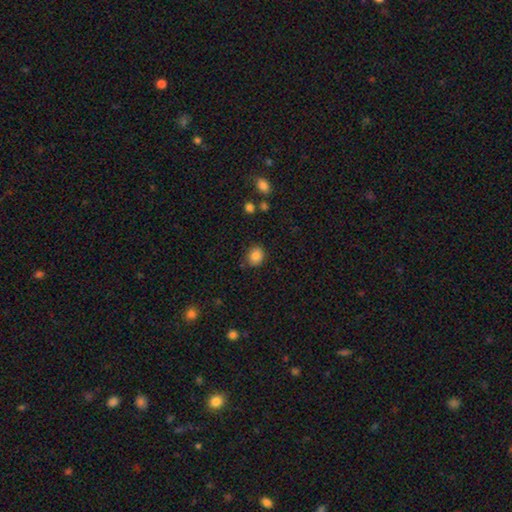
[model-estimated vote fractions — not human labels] The model was most divided on "how rounded": round: 66%, in between: 34%, cigar-shaped: 1%. More confident: smooth or featured — smooth (85%); merging — none (82%).